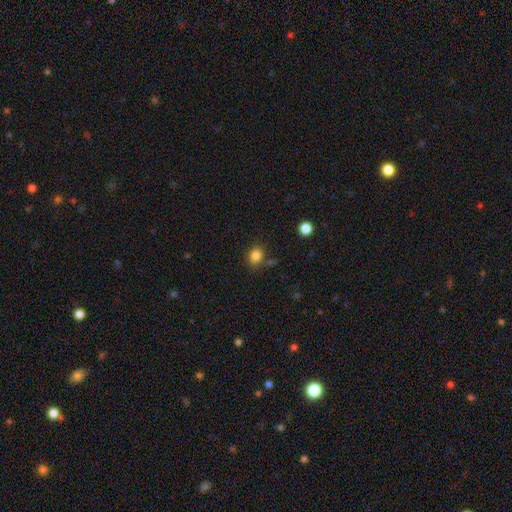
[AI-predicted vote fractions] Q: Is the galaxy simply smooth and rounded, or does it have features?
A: smooth — 83%.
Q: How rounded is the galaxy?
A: round — 66%.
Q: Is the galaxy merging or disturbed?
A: none — 77%.